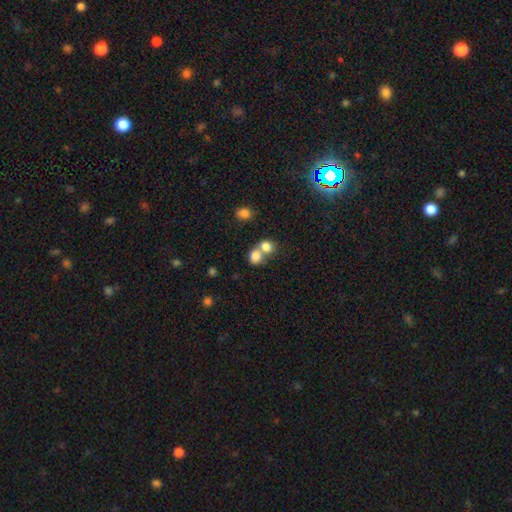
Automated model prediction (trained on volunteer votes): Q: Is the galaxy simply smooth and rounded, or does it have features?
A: smooth — 80%.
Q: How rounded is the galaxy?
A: round — 64%.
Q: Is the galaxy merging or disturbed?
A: merger — 59%.